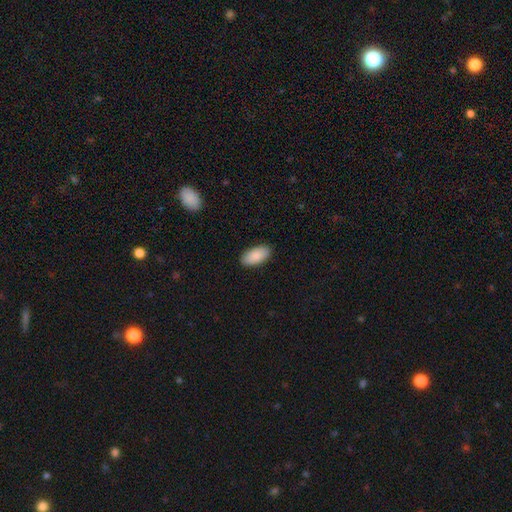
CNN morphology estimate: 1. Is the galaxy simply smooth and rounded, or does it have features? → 89% smooth, 6% star or artifact, 5% featured or disk.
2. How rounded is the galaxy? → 94% in between, 4% cigar-shaped, 2% round.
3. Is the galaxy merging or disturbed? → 89% none, 8% minor disturbance, 2% major disturbance, 1% merger.